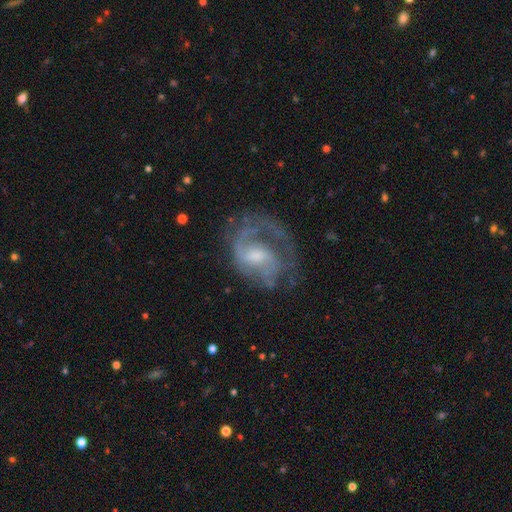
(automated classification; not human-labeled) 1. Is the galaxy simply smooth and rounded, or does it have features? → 84% featured or disk, 10% smooth, 6% star or artifact.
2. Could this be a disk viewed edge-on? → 98% no, 2% yes.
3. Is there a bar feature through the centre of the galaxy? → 54% weak, 32% no, 14% strong.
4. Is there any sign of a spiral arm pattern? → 92% yes, 8% no.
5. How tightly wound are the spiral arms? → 49% medium, 29% loose, 22% tight.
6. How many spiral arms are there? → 43% 1, 40% 2, 9% can't tell, 4% 3, 2% 4, 2% more than 4.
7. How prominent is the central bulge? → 43% moderate, 35% small, 12% none, 8% large, 1% dominant.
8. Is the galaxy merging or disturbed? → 51% none, 28% major disturbance, 19% minor disturbance, 3% merger.